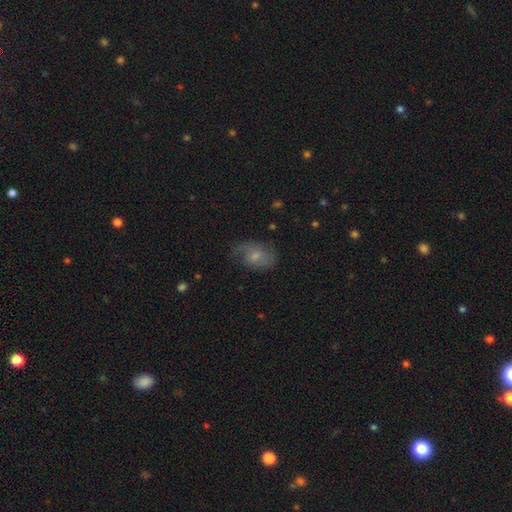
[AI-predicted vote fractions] Overall: smooth (47%; featured or disk 43%). Merging: none (53%; minor disturbance 27%).